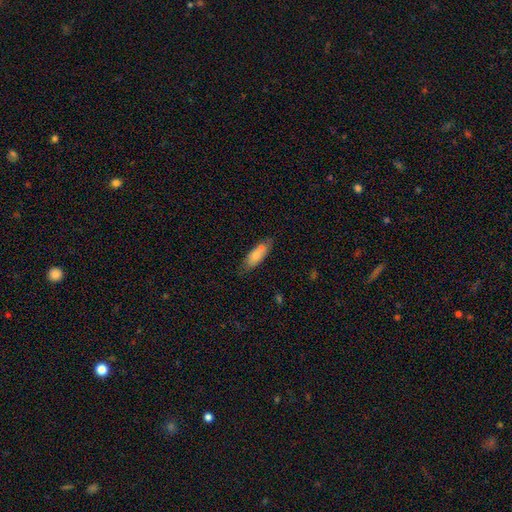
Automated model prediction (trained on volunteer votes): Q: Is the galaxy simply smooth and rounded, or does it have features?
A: smooth — 74%.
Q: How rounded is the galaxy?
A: in between — 67%.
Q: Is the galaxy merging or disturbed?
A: none — 59%.